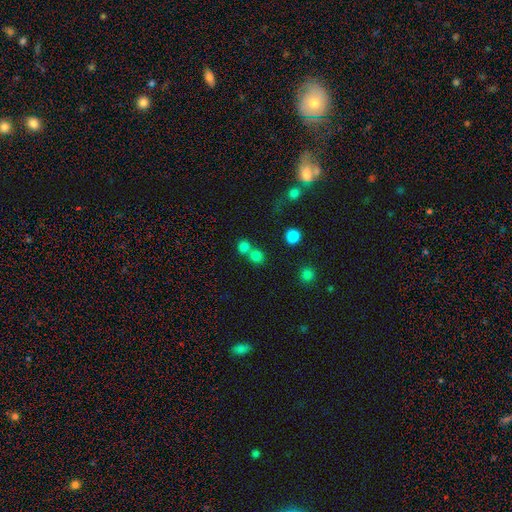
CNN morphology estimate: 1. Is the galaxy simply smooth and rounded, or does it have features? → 77% smooth, 16% star or artifact, 7% featured or disk.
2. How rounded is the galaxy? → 86% round, 13% in between, 1% cigar-shaped.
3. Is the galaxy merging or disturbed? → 49% none, 43% merger, 5% minor disturbance, 3% major disturbance.